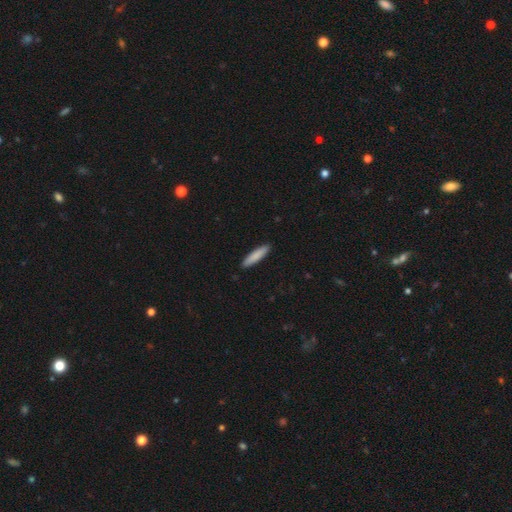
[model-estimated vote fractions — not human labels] Q: Smooth or featured?
A: smooth (86%); runner-up: featured or disk (9%)
Q: How rounded?
A: cigar-shaped (83%); runner-up: in between (16%)
Q: Merging?
A: none (91%); runner-up: minor disturbance (7%)